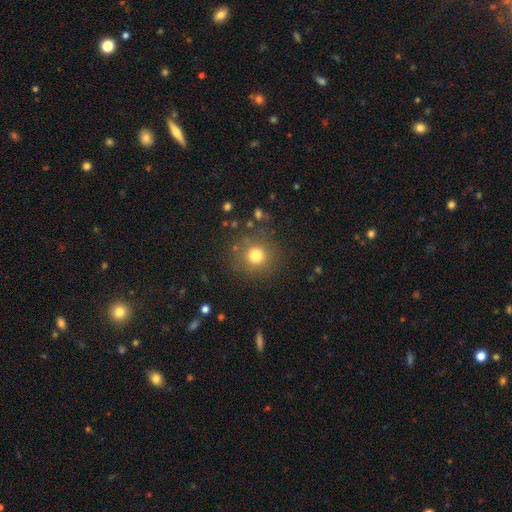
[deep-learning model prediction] smooth 77%, star or artifact 14%, featured or disk 9%. Down the decision tree: how rounded — round (93%); merging — none (85%).